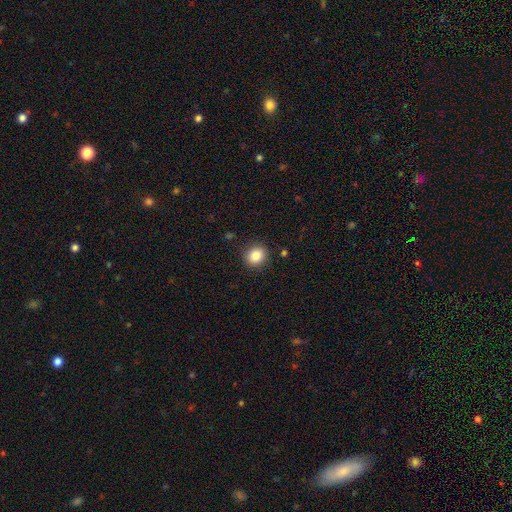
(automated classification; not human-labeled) smooth_or_featured: smooth (p=0.84) [alt: star or artifact p=0.10]
how_rounded: round (p=0.78) [alt: in between p=0.21]
merging: none (p=0.89) [alt: minor disturbance p=0.08]